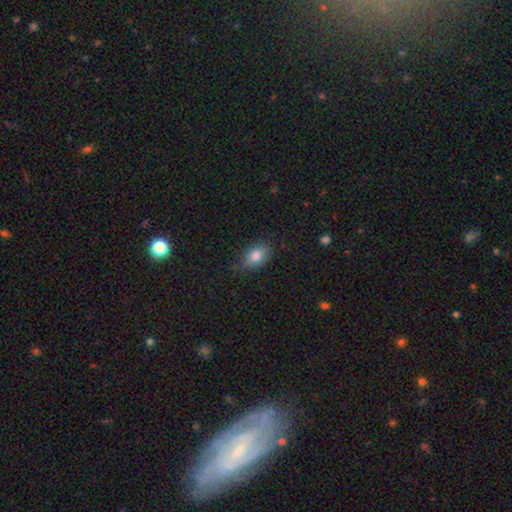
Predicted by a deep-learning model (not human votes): Morphology: type=smooth (81%); roundness=in between (81%); merging=none (70%).